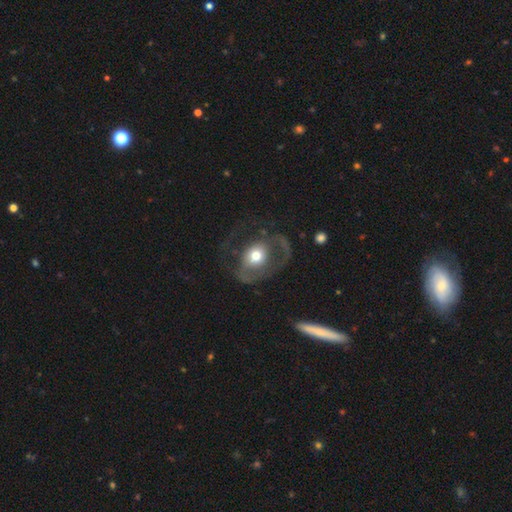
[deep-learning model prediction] Smooth or featured? Predicted: featured or disk (p=0.50). Edge-on disk? Predicted: no (p=0.95). Merging? Predicted: major disturbance (p=0.49).